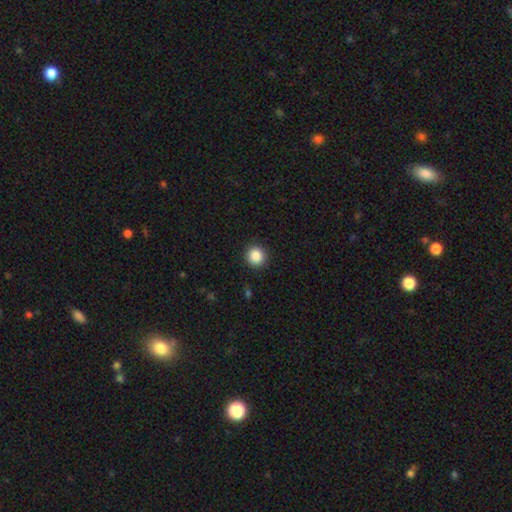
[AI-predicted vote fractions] smooth-or-featured: smooth: 87% | star or artifact: 9% | featured or disk: 3%
  how-rounded: round: 93% | in between: 6% | cigar-shaped: 1%
  merging: none: 92% | minor disturbance: 5% | major disturbance: 2% | merger: 1%